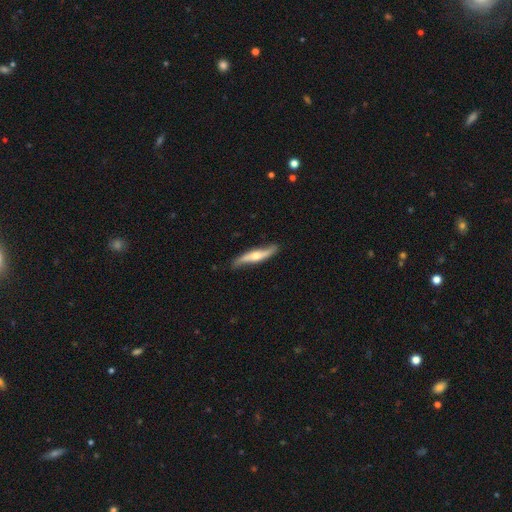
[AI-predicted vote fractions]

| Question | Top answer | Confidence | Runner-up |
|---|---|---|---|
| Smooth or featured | featured or disk | 72% | smooth (24%) |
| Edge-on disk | yes | 61% | no (39%) |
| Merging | none | 77% | minor disturbance (18%) |